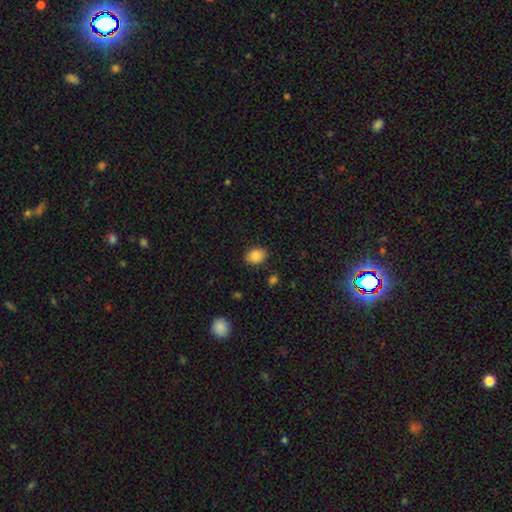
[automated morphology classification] Q: Smooth or featured?
A: smooth (85%); runner-up: star or artifact (9%)
Q: How rounded?
A: in between (61%); runner-up: round (38%)
Q: Merging?
A: none (86%); runner-up: minor disturbance (10%)